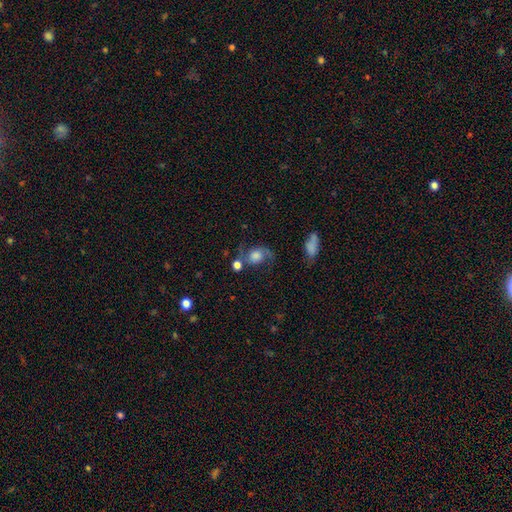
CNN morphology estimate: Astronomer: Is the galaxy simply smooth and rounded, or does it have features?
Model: featured or disk — 56% (runner-up: smooth, 33%).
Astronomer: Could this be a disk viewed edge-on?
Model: no — 97%.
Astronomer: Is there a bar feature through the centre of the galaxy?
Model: no — 75%.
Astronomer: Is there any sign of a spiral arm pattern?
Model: yes — 90%.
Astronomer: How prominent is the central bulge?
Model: large — 38% (runner-up: moderate, 27%).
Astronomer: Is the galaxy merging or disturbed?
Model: none — 49%.